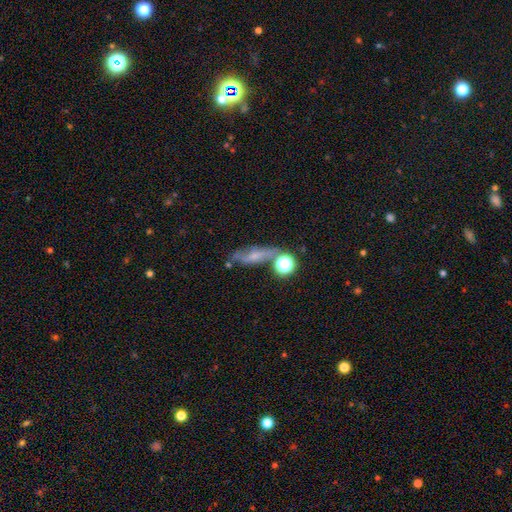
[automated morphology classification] Q: Smooth or featured?
A: featured or disk (48%); runner-up: smooth (36%)
Q: Merging?
A: none (55%); runner-up: minor disturbance (19%)